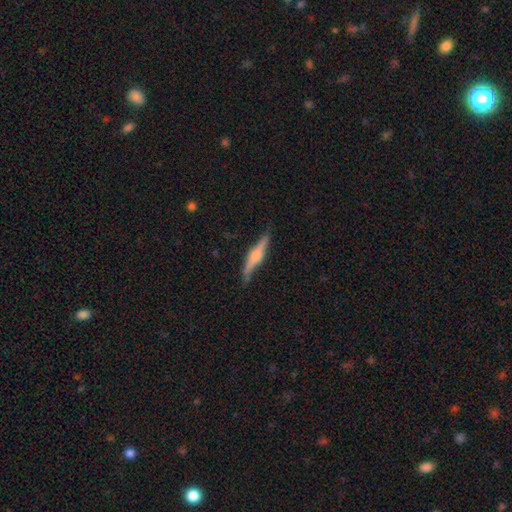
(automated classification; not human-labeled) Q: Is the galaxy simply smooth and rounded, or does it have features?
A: featured or disk — 66%.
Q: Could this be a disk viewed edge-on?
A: yes — 97%.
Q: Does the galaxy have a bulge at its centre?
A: rounded — 83%.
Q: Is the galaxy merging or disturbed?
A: none — 84%.